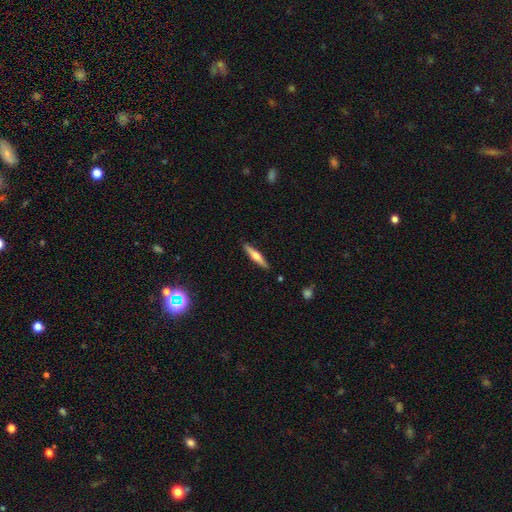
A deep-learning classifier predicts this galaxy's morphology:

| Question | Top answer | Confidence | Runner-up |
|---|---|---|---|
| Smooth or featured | smooth | 49% | featured or disk (46%) |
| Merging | none | 90% | minor disturbance (7%) |